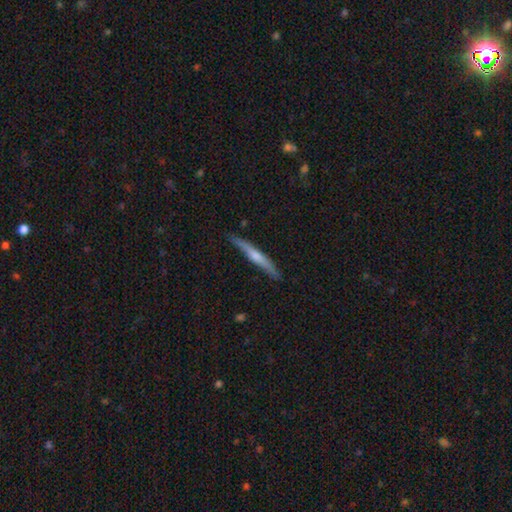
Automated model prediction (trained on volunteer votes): featured or disk 56%, smooth 38%, star or artifact 5%. Down the decision tree: edge-on disk — yes (96%); edge-on bulge — rounded (60%); merging — none (85%).